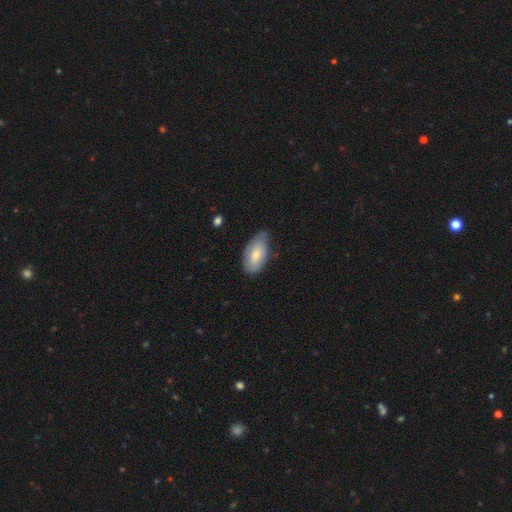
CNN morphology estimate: type=smooth (73%); roundness=in between (93%); merging=none (56%).